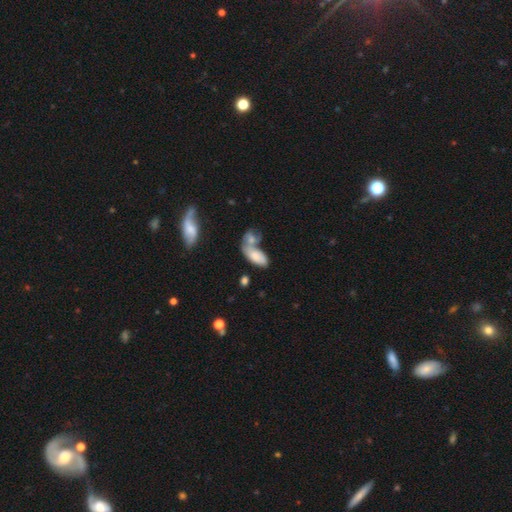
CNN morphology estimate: type=smooth (73%); roundness=in between (91%); merging=merger (54%).